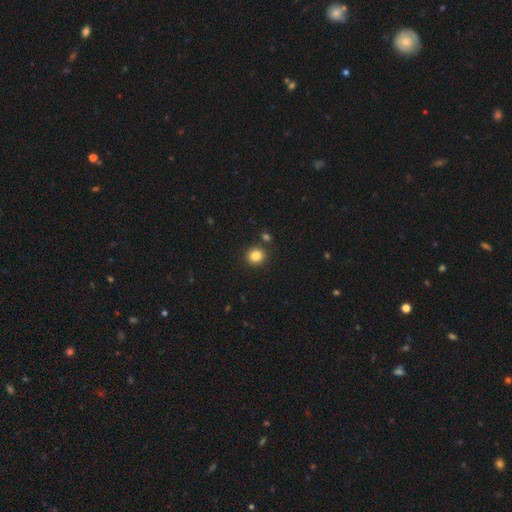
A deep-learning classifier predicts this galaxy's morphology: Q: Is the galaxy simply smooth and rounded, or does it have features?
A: smooth — 85%.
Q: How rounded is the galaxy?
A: round — 88%.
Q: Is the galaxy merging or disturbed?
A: none — 86%.